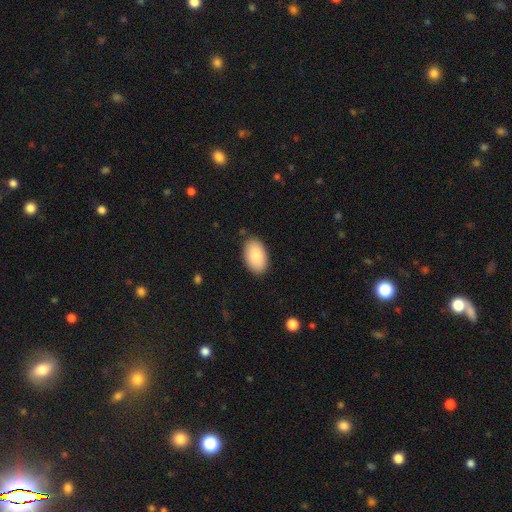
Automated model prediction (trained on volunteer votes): Smooth or featured: smooth — 87% (featured or disk — 8%)
How rounded: in between — 94% (round — 4%)
Merging: none — 86% (minor disturbance — 10%)